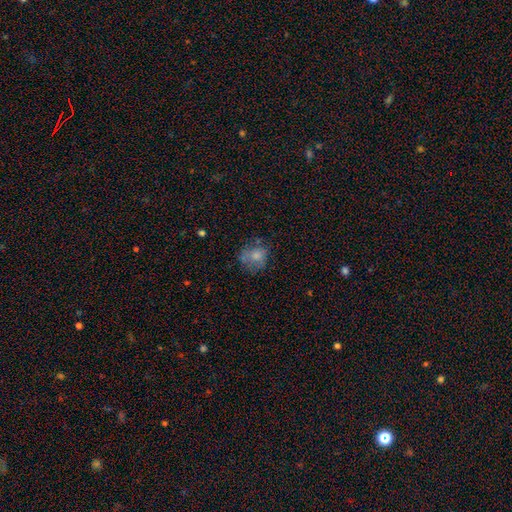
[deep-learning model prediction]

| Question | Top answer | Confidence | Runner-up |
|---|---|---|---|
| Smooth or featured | smooth | 69% | featured or disk (20%) |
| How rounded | round | 70% | in between (29%) |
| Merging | none | 55% | minor disturbance (25%) |